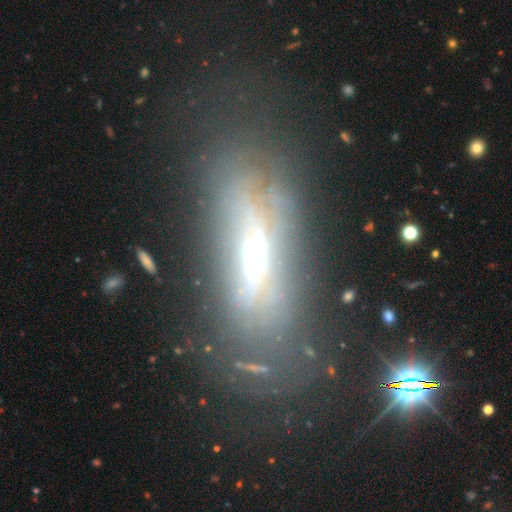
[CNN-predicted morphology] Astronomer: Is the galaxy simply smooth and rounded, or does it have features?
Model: featured or disk — 62%.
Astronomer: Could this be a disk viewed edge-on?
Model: no — 56% (runner-up: yes, 44%).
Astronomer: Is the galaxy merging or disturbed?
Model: none — 49% (runner-up: major disturbance, 26%).